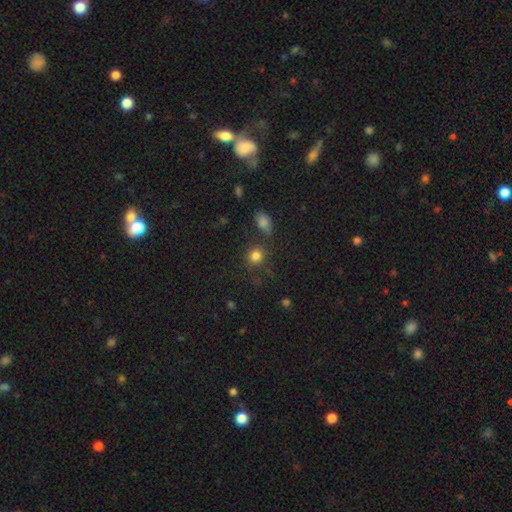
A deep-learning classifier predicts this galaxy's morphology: This appears to be a smooth galaxy with no disk features (81%) that is round (82%). Merging: none (74%).